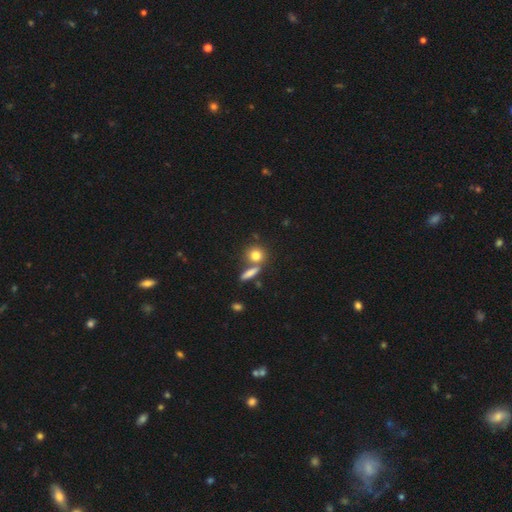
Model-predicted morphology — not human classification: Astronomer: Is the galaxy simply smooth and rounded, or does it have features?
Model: smooth — 80%.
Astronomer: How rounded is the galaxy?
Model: round — 75%.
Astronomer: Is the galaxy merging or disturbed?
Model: none — 61%.